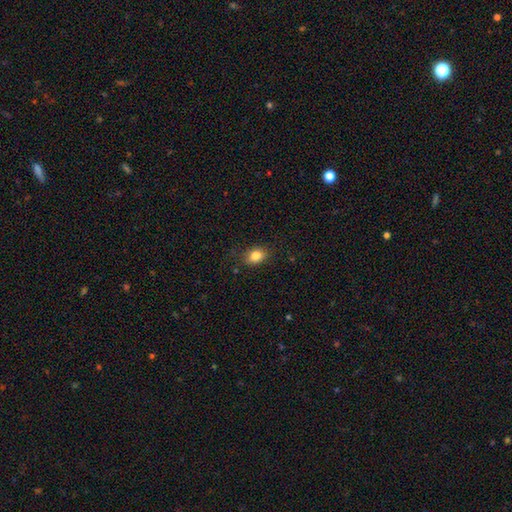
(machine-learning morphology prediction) The model was most divided on "how rounded": in between: 65%, round: 34%, cigar-shaped: 1%. More confident: merging — none (83%); smooth or featured — smooth (82%).